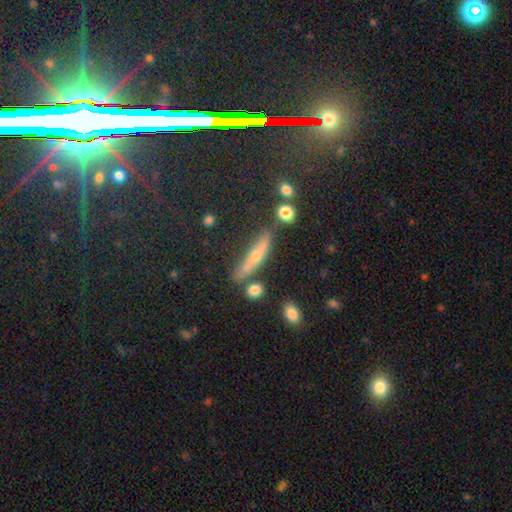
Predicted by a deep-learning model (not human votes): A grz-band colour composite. It shows a featured or disk galaxy (43%). Merging: none (72%).